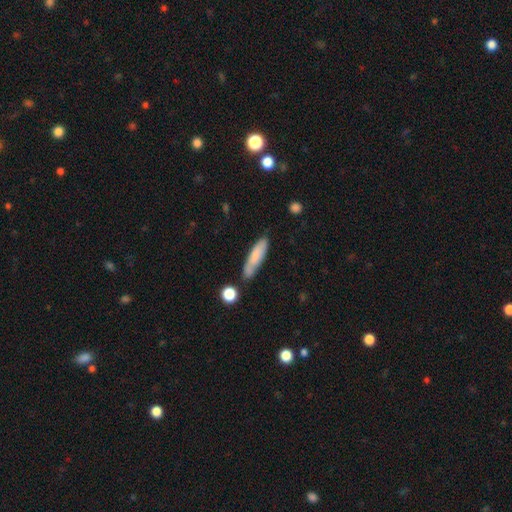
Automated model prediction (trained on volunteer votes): smooth-or-featured: smooth: 73% | featured or disk: 20% | star or artifact: 7%
  how-rounded: cigar-shaped: 73% | in between: 26% | round: 2%
  merging: none: 68% | minor disturbance: 20% | merger: 7% | major disturbance: 4%